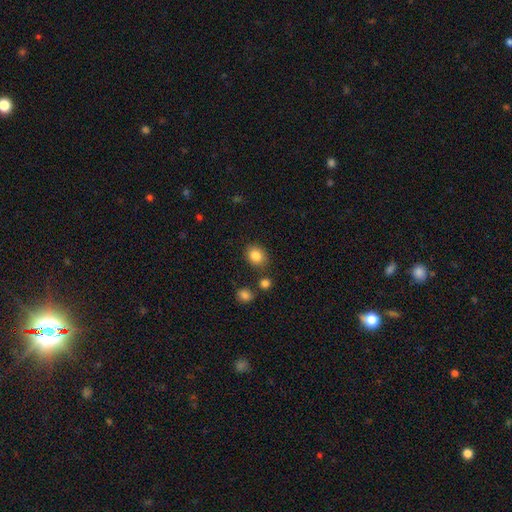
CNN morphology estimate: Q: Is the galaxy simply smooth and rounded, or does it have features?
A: smooth — 85%.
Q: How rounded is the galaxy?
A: round — 58%.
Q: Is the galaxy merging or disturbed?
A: none — 80%.